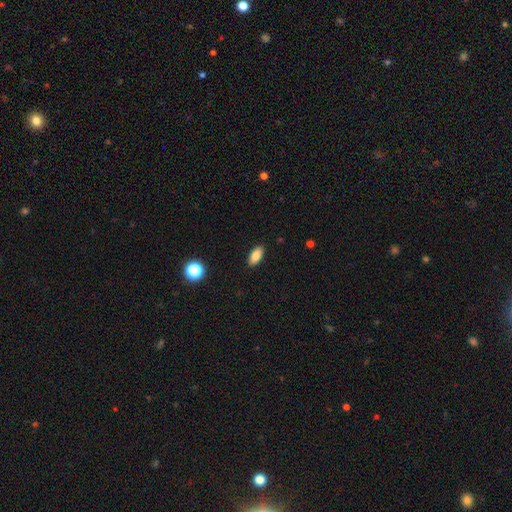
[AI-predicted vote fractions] smooth-or-featured: smooth: 84% | star or artifact: 8% | featured or disk: 8%
  how-rounded: in between: 90% | cigar-shaped: 6% | round: 4%
  merging: none: 90% | minor disturbance: 8% | major disturbance: 2% | merger: 1%